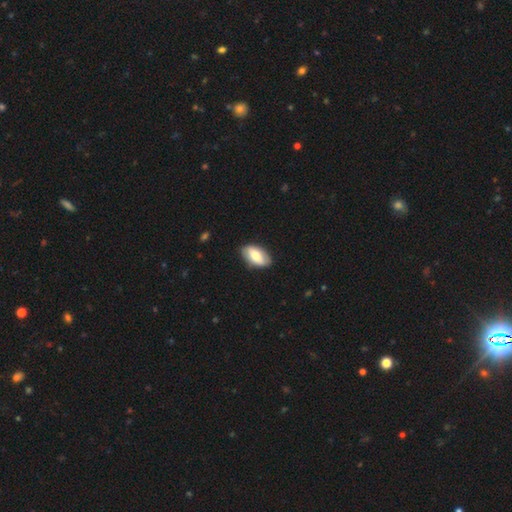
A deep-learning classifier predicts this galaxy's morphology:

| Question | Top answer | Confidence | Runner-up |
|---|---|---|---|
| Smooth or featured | smooth | 67% | featured or disk (27%) |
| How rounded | in between | 93% | round (3%) |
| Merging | none | 84% | minor disturbance (13%) |